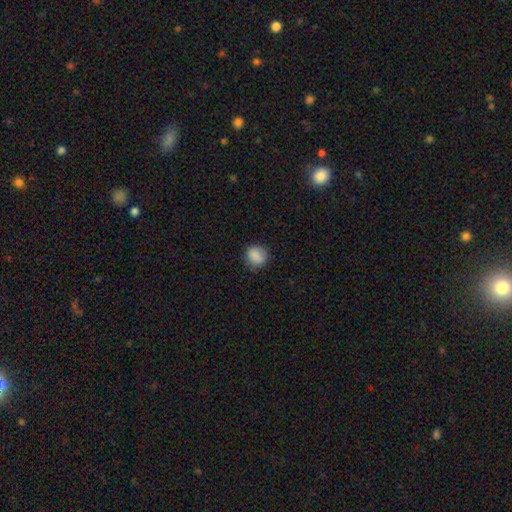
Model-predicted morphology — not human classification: A smooth galaxy with no disk features (85%) that is round (73%).

Vote fractions:
- Smooth or featured? smooth: 85% / star or artifact: 9% / featured or disk: 6%
- How rounded? round: 73% / in between: 26% / cigar-shaped: 1%
- Merging? none: 80% / minor disturbance: 15% / major disturbance: 4% / merger: 1%